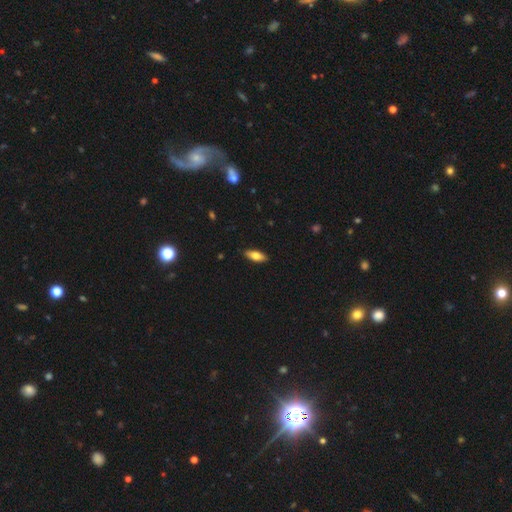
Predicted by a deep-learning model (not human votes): This appears to be a smooth galaxy with no disk features (75%) that is in between round and cigar-shaped (77%). Merging: none (89%).